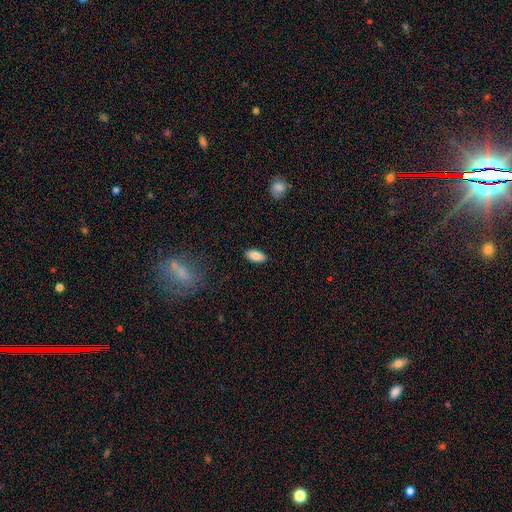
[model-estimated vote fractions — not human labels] Morphology: type=smooth (86%); roundness=in between (91%); merging=none (88%).